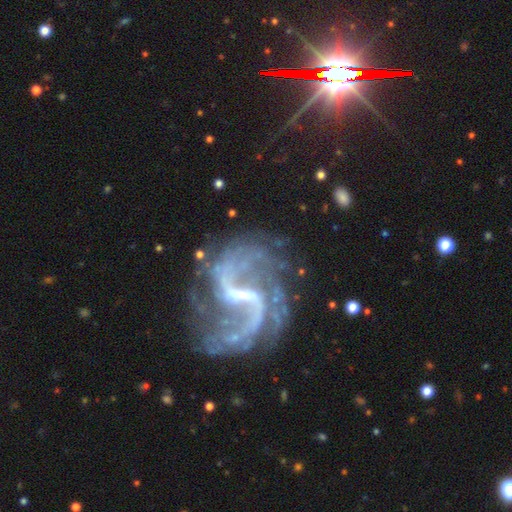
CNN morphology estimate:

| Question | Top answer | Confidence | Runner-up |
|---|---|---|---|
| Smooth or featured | featured or disk | 90% | star or artifact (7%) |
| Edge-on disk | no | 98% | yes (2%) |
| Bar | weak | 45% | strong (44%) |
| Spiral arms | yes | 97% | no (3%) |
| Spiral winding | loose | 56% | medium (35%) |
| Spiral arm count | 2 | 80% | can't tell (6%) |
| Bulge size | small | 45% | none (38%) |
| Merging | none | 62% | major disturbance (18%) |